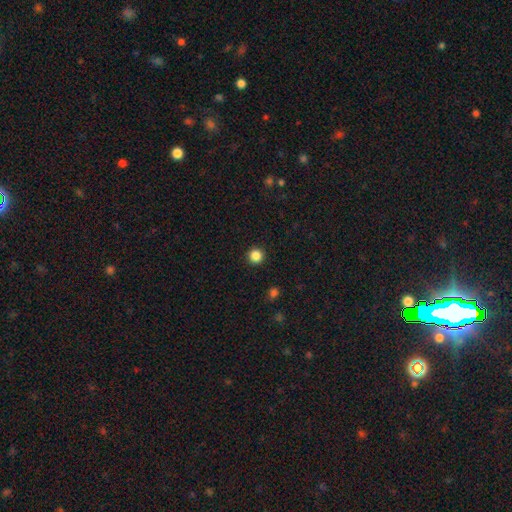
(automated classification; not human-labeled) smooth_or_featured: smooth (p=0.86) [alt: star or artifact p=0.11]
how_rounded: round (p=0.96) [alt: in between p=0.03]
merging: none (p=0.93) [alt: minor disturbance p=0.04]